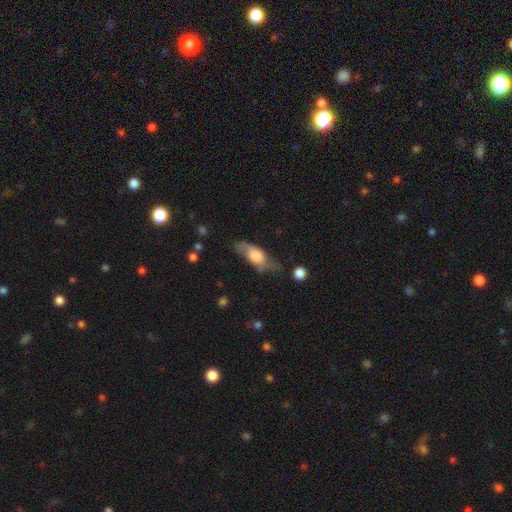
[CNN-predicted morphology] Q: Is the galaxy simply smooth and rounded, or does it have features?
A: smooth — 55%.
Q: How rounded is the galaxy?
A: in between — 66%.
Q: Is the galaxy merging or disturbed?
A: none — 53%.